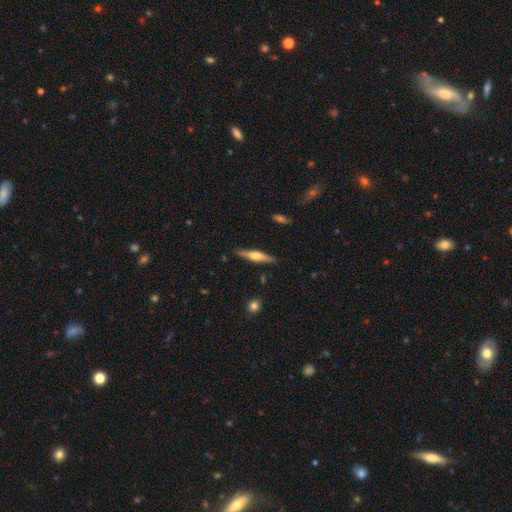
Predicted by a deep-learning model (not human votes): A featured or disk galaxy (52%) viewed edge-on (95%).

Vote fractions:
- Smooth or featured? featured or disk: 52% / smooth: 43% / star or artifact: 6%
- Edge-on disk? yes: 95% / no: 5%
- Merging? none: 88% / minor disturbance: 9% / major disturbance: 2% / merger: 1%